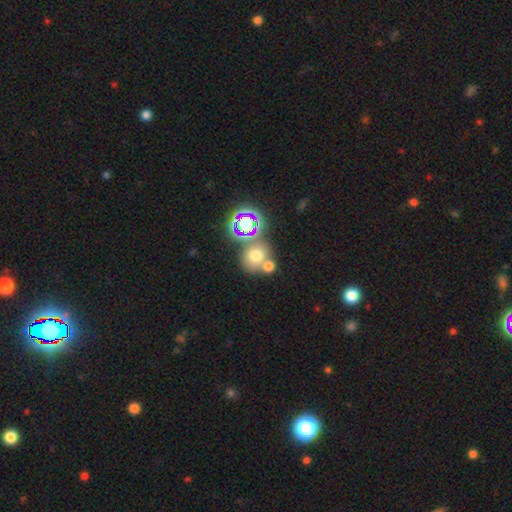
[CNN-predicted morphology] smooth-or-featured: smooth: 62% | star or artifact: 25% | featured or disk: 14%
  how-rounded: round: 79% | in between: 20% | cigar-shaped: 1%
  merging: none: 49% | merger: 37% | minor disturbance: 10% | major disturbance: 5%